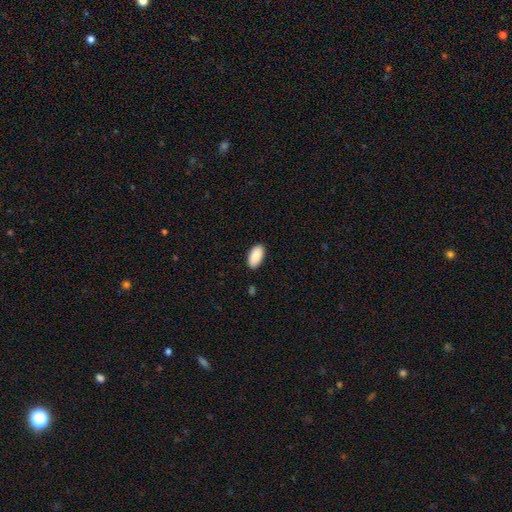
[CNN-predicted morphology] The model was most divided on "merging": none: 88%, minor disturbance: 9%, major disturbance: 2%, merger: 1%. More confident: how rounded — in between (96%); smooth or featured — smooth (90%).